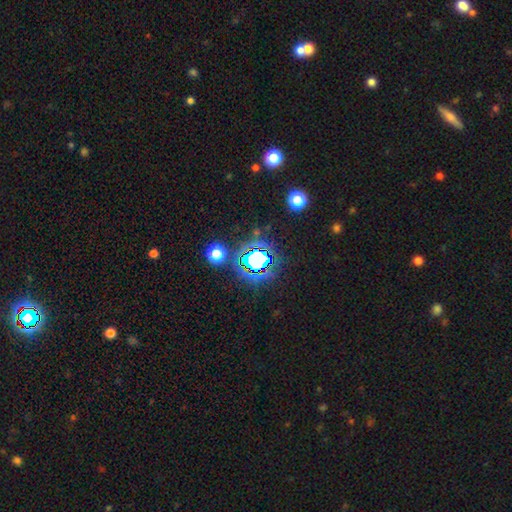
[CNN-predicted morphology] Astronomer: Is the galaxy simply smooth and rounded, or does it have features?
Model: star or artifact — 66%.